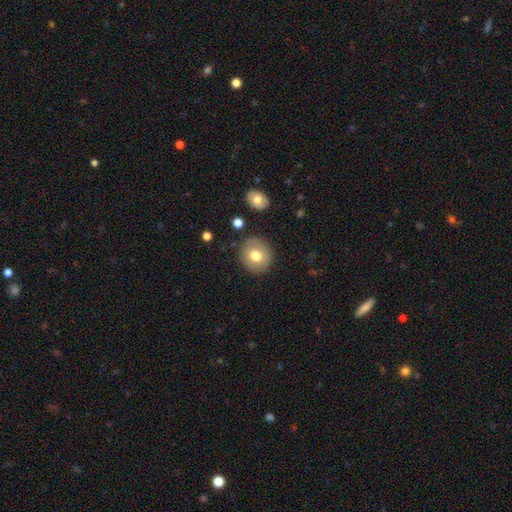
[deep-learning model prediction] Morphology: type=smooth (73%); roundness=round (79%); merging=none (86%).